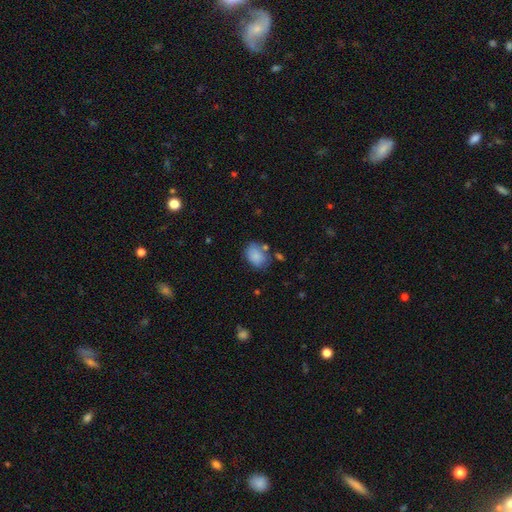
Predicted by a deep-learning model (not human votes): smooth_or_featured: smooth (p=0.84) [alt: star or artifact p=0.08]
how_rounded: in between (p=0.74) [alt: round p=0.25]
merging: none (p=0.63) [alt: minor disturbance p=0.22]